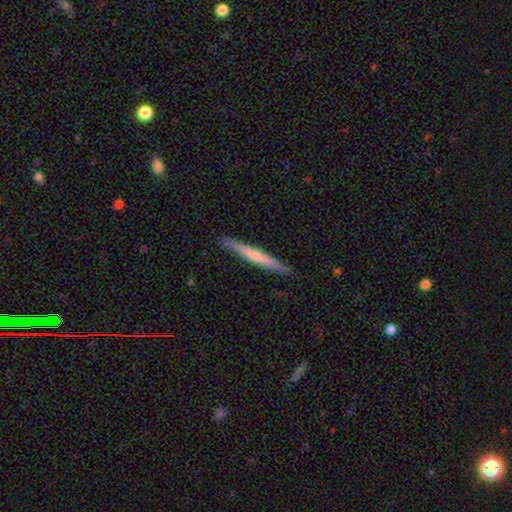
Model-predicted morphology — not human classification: Smooth or featured? smooth (54%)
How rounded? cigar-shaped (96%)
Merging? none (88%)